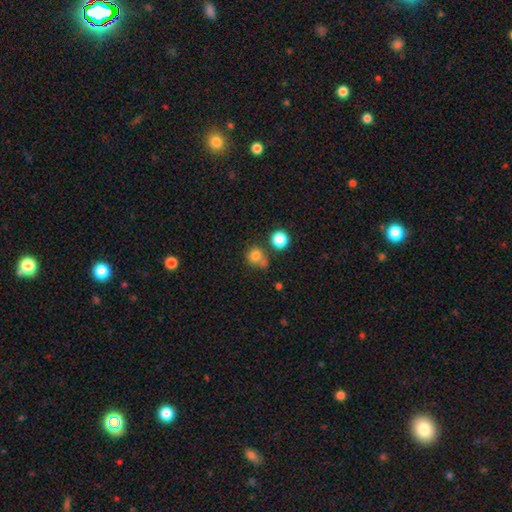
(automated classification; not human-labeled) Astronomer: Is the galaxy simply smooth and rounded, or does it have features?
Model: smooth — 79%.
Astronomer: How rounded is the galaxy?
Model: round — 86%.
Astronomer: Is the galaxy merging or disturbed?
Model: none — 59%.